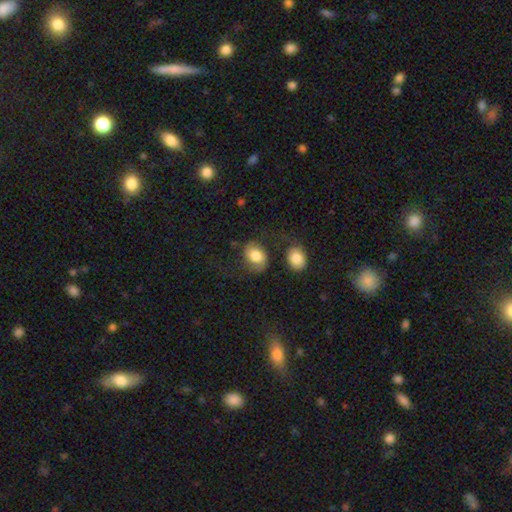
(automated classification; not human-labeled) smooth_or_featured: smooth (p=0.62) [alt: featured or disk p=0.30]
how_rounded: in between (p=0.62) [alt: round p=0.37]
merging: none (p=0.53) [alt: minor disturbance p=0.23]